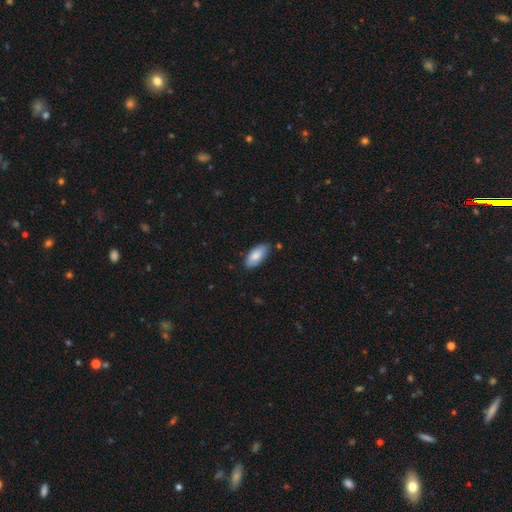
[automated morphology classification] Overall: smooth (82%). How rounded: in between (89%). Merging: none (79%).